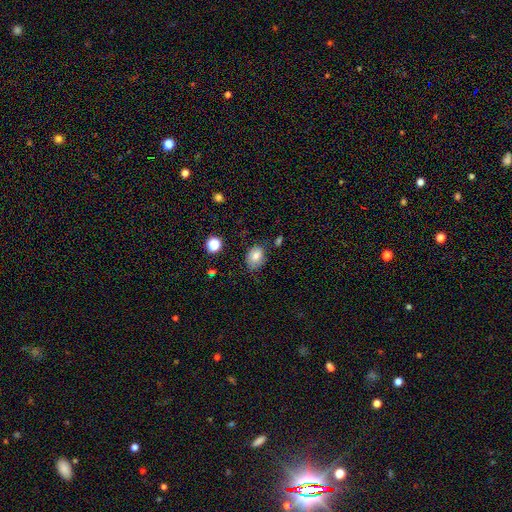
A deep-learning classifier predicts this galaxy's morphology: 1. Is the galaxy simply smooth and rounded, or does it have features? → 78% smooth, 11% featured or disk, 11% star or artifact.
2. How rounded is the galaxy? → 65% in between, 34% round, 1% cigar-shaped.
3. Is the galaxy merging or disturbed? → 65% none, 25% minor disturbance, 6% major disturbance, 4% merger.